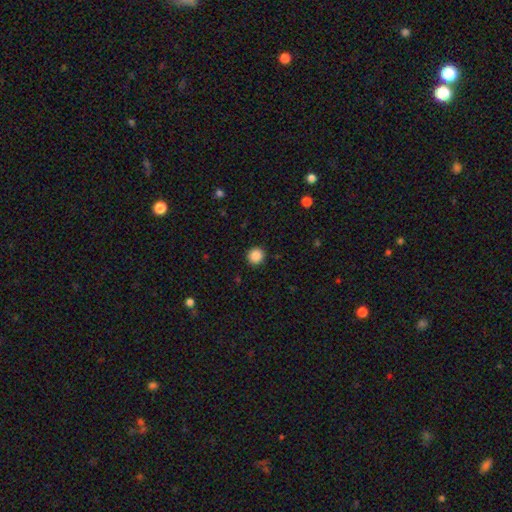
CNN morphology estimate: This appears to be a smooth galaxy with no disk features (88%) that is round (93%). Merging: none (92%).